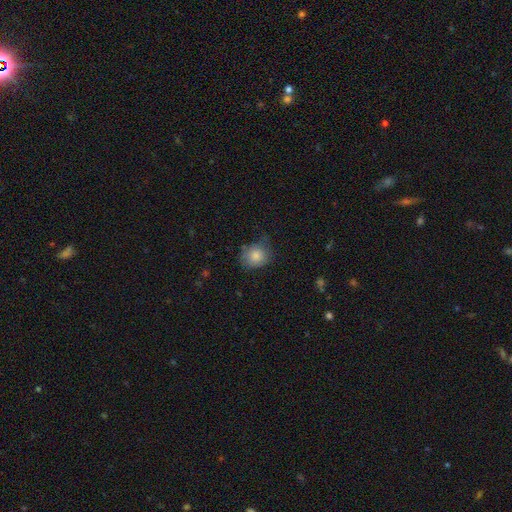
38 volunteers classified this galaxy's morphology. Q: Smooth or featured?
A: smooth (92%); runner-up: featured or disk (8%)
Q: How rounded?
A: round (80%); runner-up: in between (20%)
Q: Merging?
A: none (53%); runner-up: minor disturbance (34%)